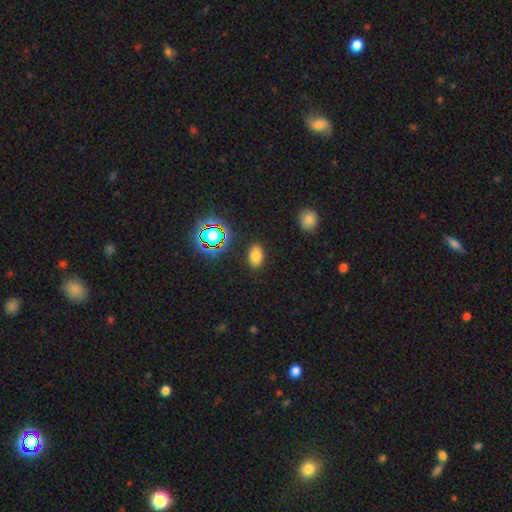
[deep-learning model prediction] Smooth or featured? smooth (75%)
How rounded? in between (88%)
Merging? none (87%)